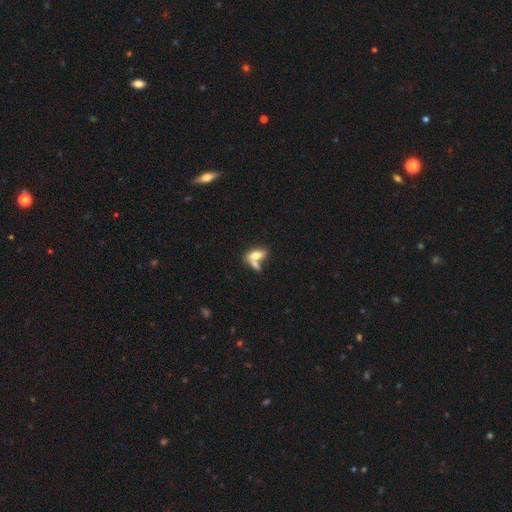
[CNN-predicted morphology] smooth_or_featured: smooth (p=0.72) [alt: featured or disk p=0.20]
how_rounded: in between (p=0.84) [alt: cigar-shaped p=0.09]
merging: merger (p=0.52) [alt: none p=0.32]